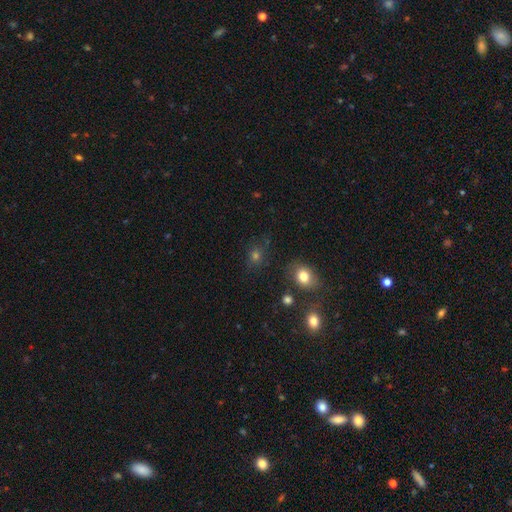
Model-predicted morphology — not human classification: Overall: smooth (61%; star or artifact 29%). How rounded: round (70%). Merging: none (74%).